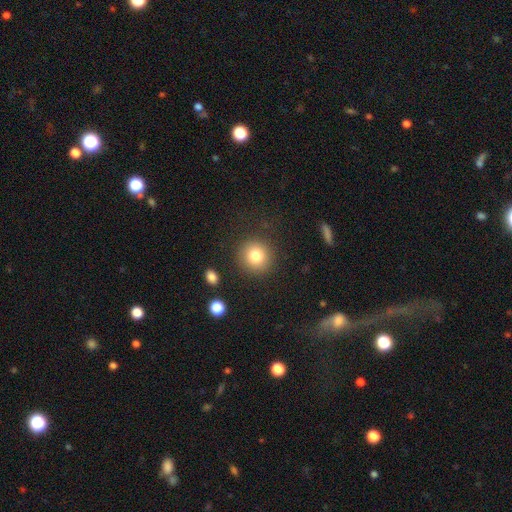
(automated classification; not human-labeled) Morphology: type=smooth (81%); roundness=round (91%); merging=none (87%).